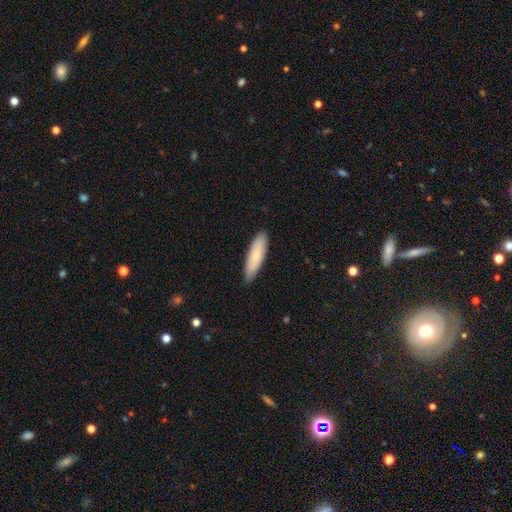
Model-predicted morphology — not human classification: type=smooth (78%); roundness=cigar-shaped (60%); merging=none (84%).